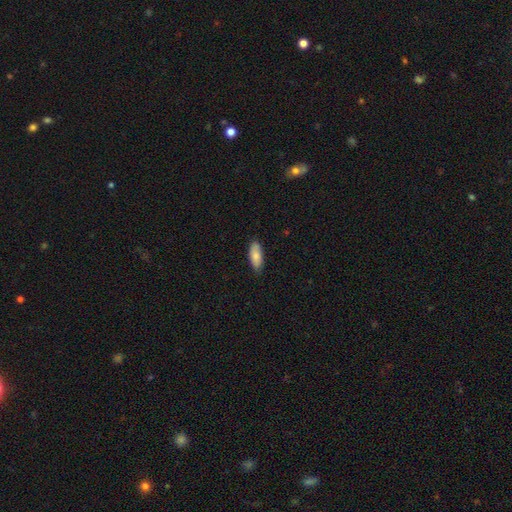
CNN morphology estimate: The model was most divided on "how rounded": in between: 77%, cigar-shaped: 21%, round: 2%. More confident: merging — none (84%); smooth or featured — smooth (83%).